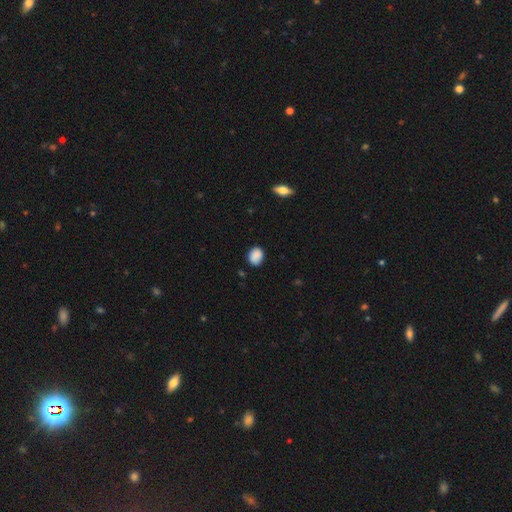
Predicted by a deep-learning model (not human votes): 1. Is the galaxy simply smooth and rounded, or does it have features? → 88% smooth, 8% star or artifact, 4% featured or disk.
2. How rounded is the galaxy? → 56% in between, 43% round, 1% cigar-shaped.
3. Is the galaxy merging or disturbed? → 82% none, 14% minor disturbance, 2% major disturbance, 1% merger.